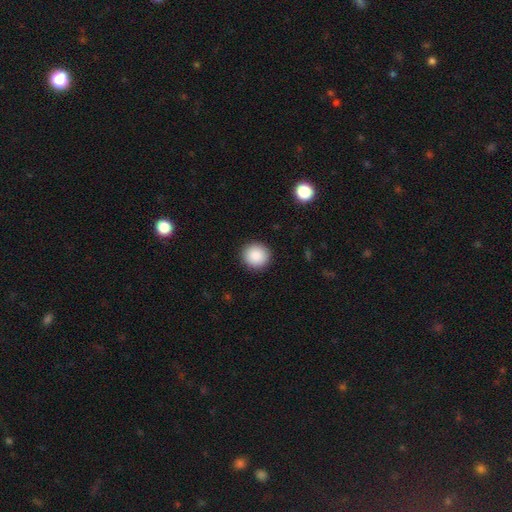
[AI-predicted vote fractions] smooth 88%, star or artifact 8%, featured or disk 4%. Down the decision tree: how rounded — round (94%); merging — none (93%).